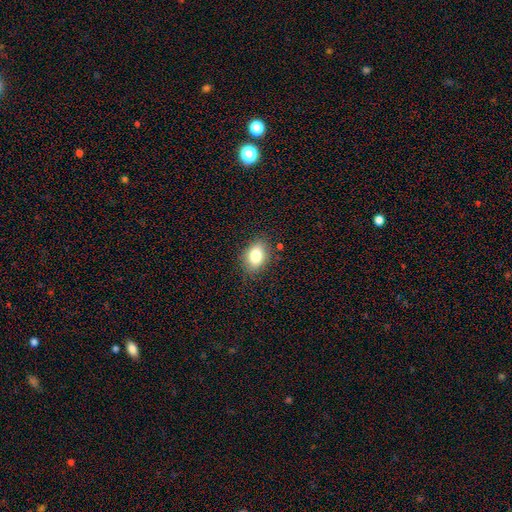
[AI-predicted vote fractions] Smooth or featured: smooth — 79% (featured or disk — 11%)
How rounded: in between — 75% (round — 24%)
Merging: none — 81% (minor disturbance — 14%)